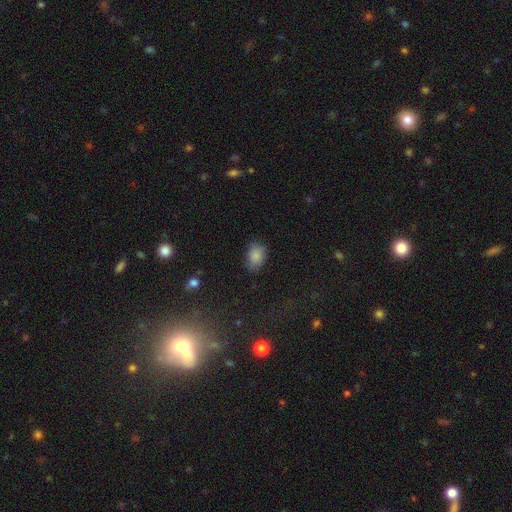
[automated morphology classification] smooth-or-featured: smooth: 84% | star or artifact: 10% | featured or disk: 6%
  how-rounded: in between: 75% | round: 24% | cigar-shaped: 1%
  merging: none: 73% | minor disturbance: 21% | major disturbance: 5% | merger: 1%